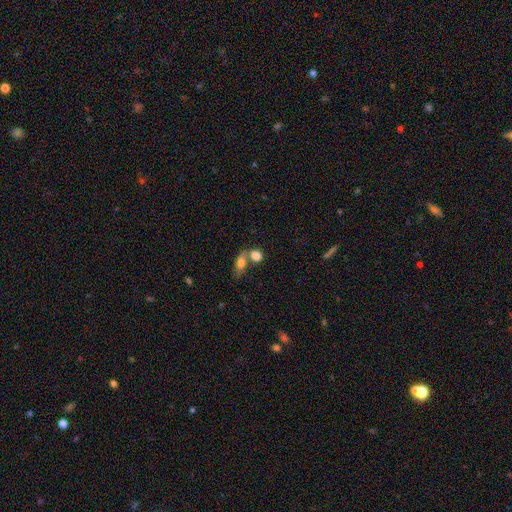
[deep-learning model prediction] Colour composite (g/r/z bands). It shows a smooth galaxy with no disk features (79%) that is in between round and cigar-shaped (65%). Merging: merger (55%).